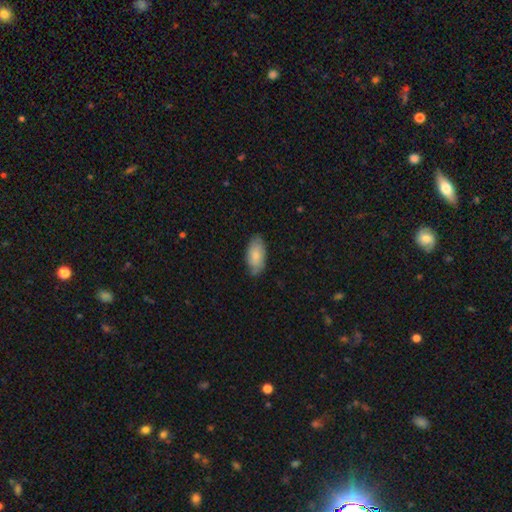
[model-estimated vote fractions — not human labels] Smooth or featured?
  - smooth: 76% *
  - featured or disk: 18%
  - star or artifact: 6%
How rounded?
  - in between: 93% *
  - cigar-shaped: 5%
  - round: 2%
Merging?
  - none: 73% *
  - minor disturbance: 22%
  - major disturbance: 4%
  - merger: 1%